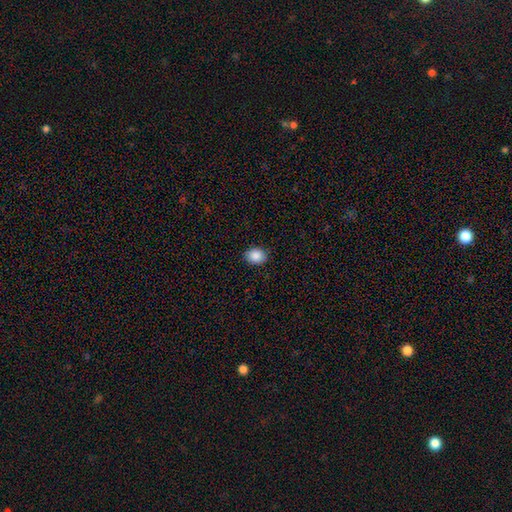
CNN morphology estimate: Smooth or featured? Predicted: smooth (p=0.88). How rounded? Predicted: in between (p=0.50). Merging? Predicted: none (p=0.88).